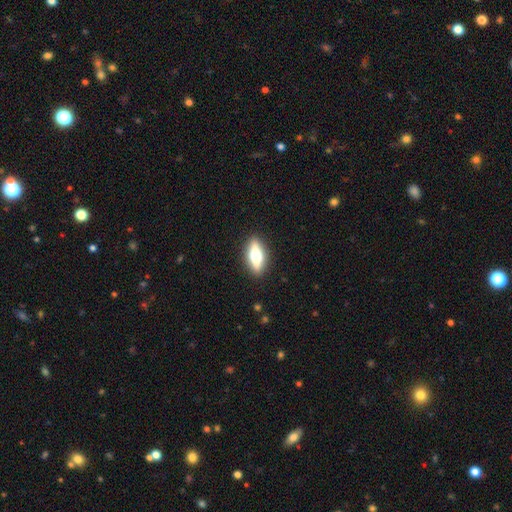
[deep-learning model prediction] Overall: smooth (47%; featured or disk 46%). Merging: none (89%).